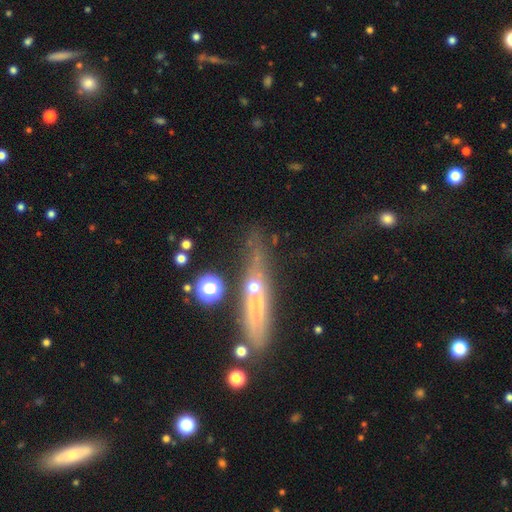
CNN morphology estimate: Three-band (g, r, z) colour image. It shows a featured or disk galaxy (50%) viewed edge-on (70%). Merging: none (60%).